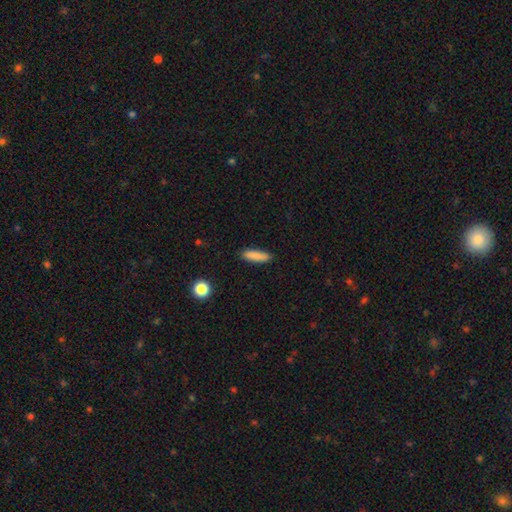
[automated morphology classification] Smooth or featured? Predicted: smooth (p=0.87). How rounded? Predicted: cigar-shaped (p=0.65). Merging? Predicted: none (p=0.87).